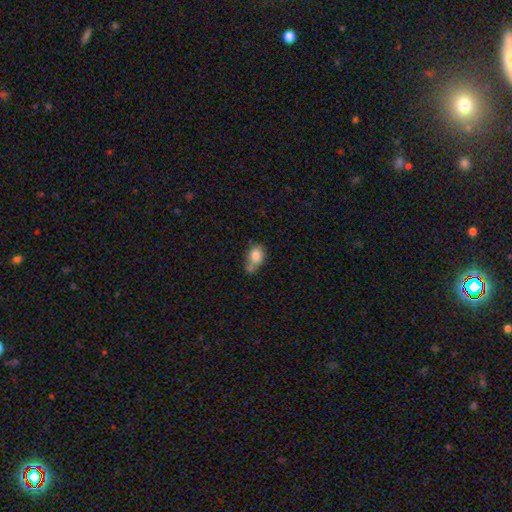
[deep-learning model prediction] Smooth or featured?
  - smooth: 80% *
  - featured or disk: 11%
  - star or artifact: 9%
How rounded?
  - in between: 56% *
  - round: 43%
  - cigar-shaped: 1%
Merging?
  - merger: 39% *
  - none: 36%
  - minor disturbance: 19%
  - major disturbance: 7%